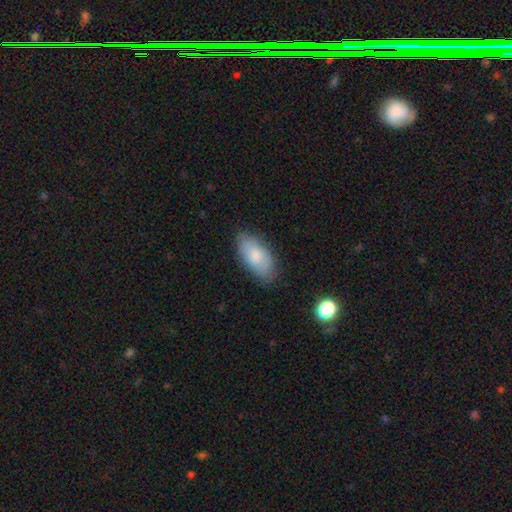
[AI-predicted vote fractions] Smooth or featured: smooth — 77% (featured or disk — 16%)
How rounded: in between — 92% (cigar-shaped — 5%)
Merging: none — 79% (minor disturbance — 16%)